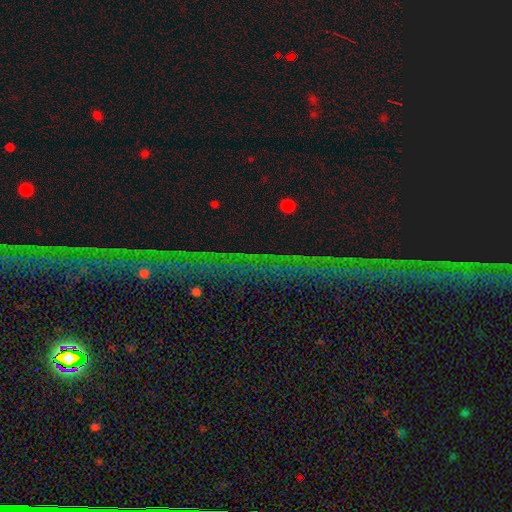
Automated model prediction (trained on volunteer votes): Smooth or featured? Predicted: star or artifact (p=0.73).